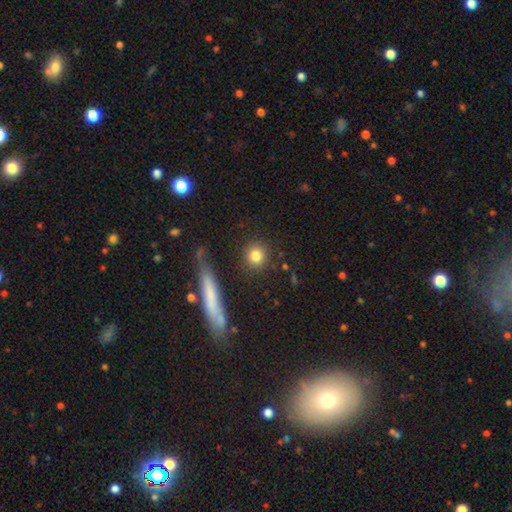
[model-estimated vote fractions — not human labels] Smooth or featured: smooth — 82% (star or artifact — 10%)
How rounded: round — 88% (in between — 10%)
Merging: none — 85% (minor disturbance — 8%)